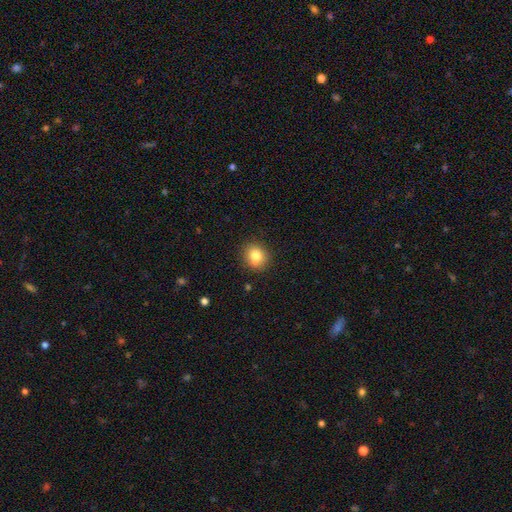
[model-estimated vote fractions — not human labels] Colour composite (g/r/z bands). It shows a smooth galaxy with no disk features (81%) that is round (81%). Merging: none (88%).